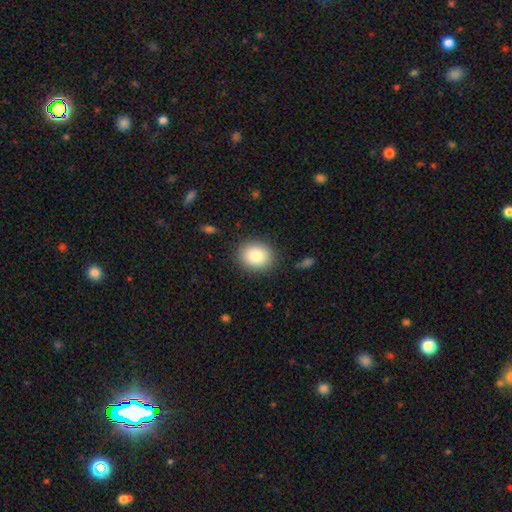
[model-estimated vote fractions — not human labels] A smooth galaxy with no disk features (85%) that is round (61%). Merging: none (88%).